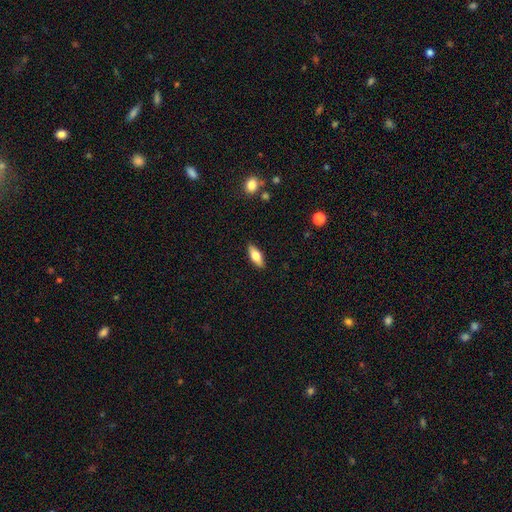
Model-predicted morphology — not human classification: Smooth or featured: smooth — 63% (featured or disk — 30%)
How rounded: in between — 70% (cigar-shaped — 27%)
Merging: none — 87% (minor disturbance — 9%)